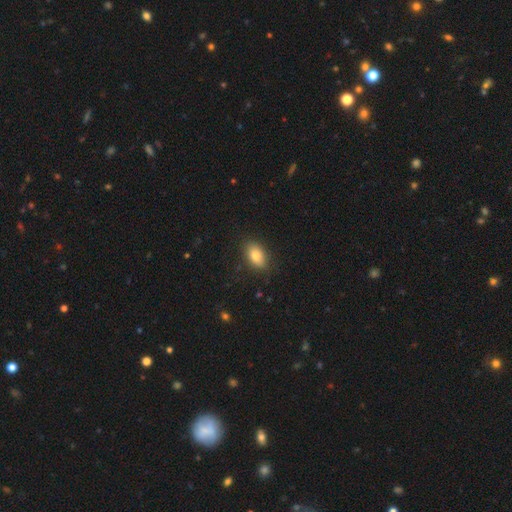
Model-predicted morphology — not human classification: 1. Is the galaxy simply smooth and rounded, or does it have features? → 82% smooth, 10% featured or disk, 8% star or artifact.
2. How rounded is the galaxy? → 88% in between, 9% round, 2% cigar-shaped.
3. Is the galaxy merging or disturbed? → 86% none, 10% minor disturbance, 3% major disturbance, 1% merger.